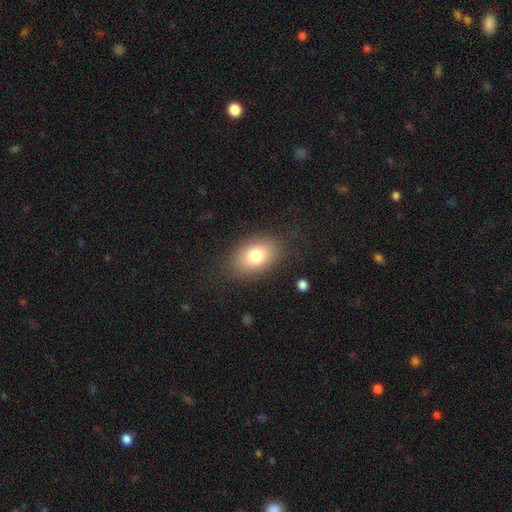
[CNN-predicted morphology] This is likely a smooth galaxy (77%). How rounded: clearly in between (84%). Merging: clearly none (82%).